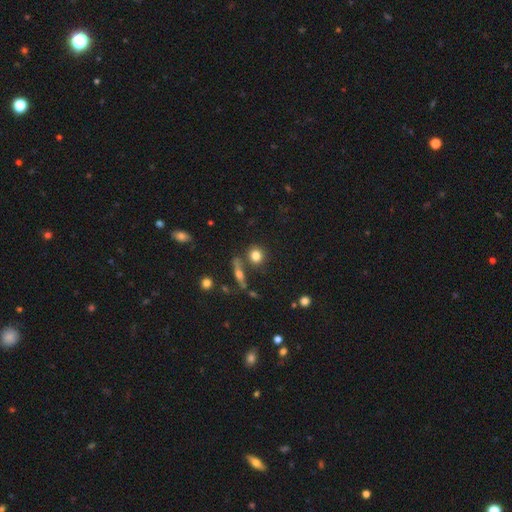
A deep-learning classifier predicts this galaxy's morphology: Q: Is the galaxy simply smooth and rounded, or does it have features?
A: smooth — 78%.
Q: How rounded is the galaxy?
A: round — 81%.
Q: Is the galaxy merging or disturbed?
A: none — 73%.